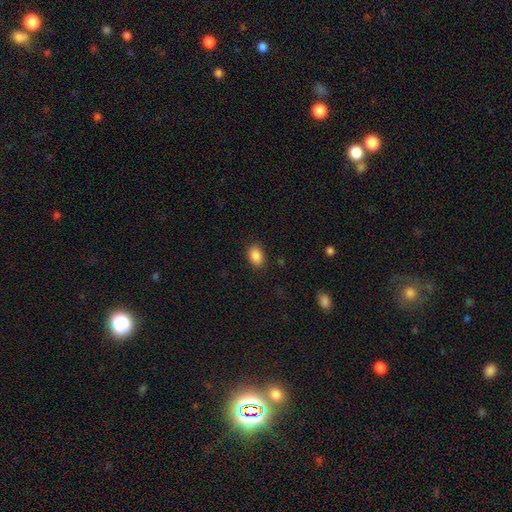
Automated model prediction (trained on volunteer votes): A smooth galaxy with no disk features (88%) that is in between round and cigar-shaped (82%).

Vote fractions:
- Smooth or featured? smooth: 88% / star or artifact: 8% / featured or disk: 4%
- How rounded? in between: 82% / round: 16% / cigar-shaped: 1%
- Merging? none: 87% / minor disturbance: 9% / major disturbance: 3% / merger: 1%